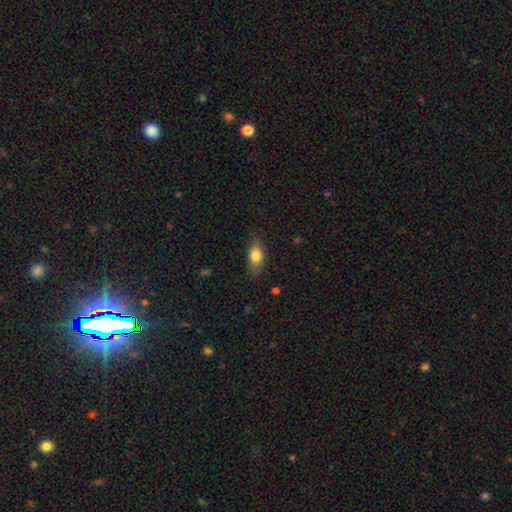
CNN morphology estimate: smooth-or-featured: smooth: 77% | featured or disk: 16% | star or artifact: 8%
  how-rounded: in between: 82% | cigar-shaped: 11% | round: 7%
  merging: none: 81% | minor disturbance: 15% | major disturbance: 3% | merger: 1%